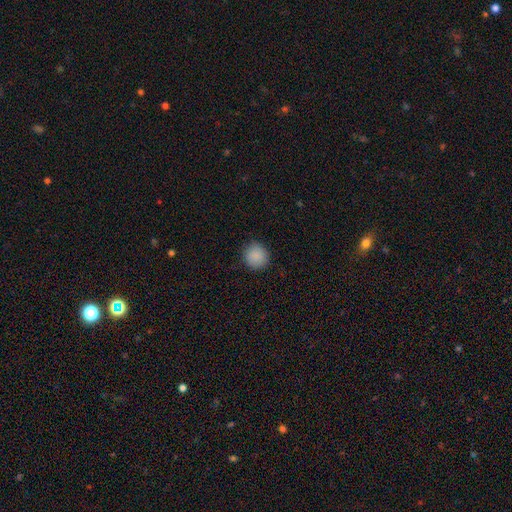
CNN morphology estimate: smooth-or-featured: smooth: 89% | star or artifact: 8% | featured or disk: 3%
  how-rounded: round: 92% | in between: 7% | cigar-shaped: 1%
  merging: none: 88% | minor disturbance: 9% | major disturbance: 2% | merger: 1%